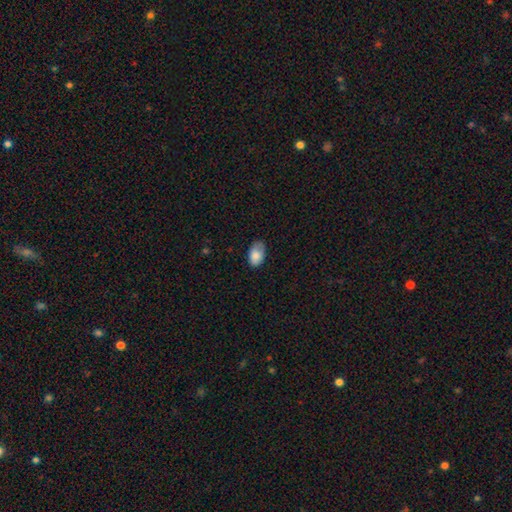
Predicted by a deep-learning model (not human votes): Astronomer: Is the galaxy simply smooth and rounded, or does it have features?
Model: smooth — 83%.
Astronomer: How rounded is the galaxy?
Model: in between — 92%.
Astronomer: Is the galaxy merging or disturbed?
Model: none — 65%.